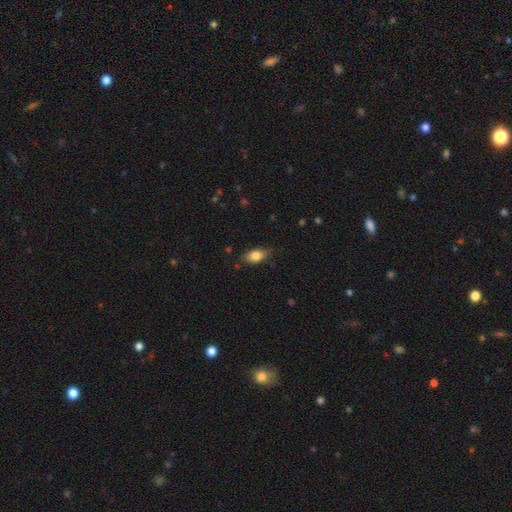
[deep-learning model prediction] This appears to be a smooth galaxy with no disk features (80%) that is in between round and cigar-shaped (87%). Merging: none (76%).